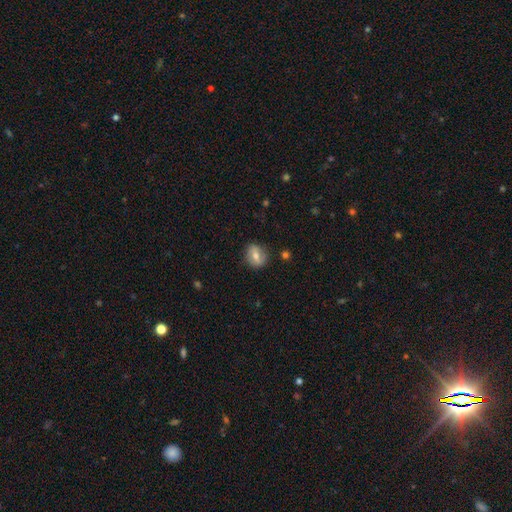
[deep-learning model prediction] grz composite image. It shows a smooth galaxy with no disk features (56%) that is round (65%). Merging: none (80%).